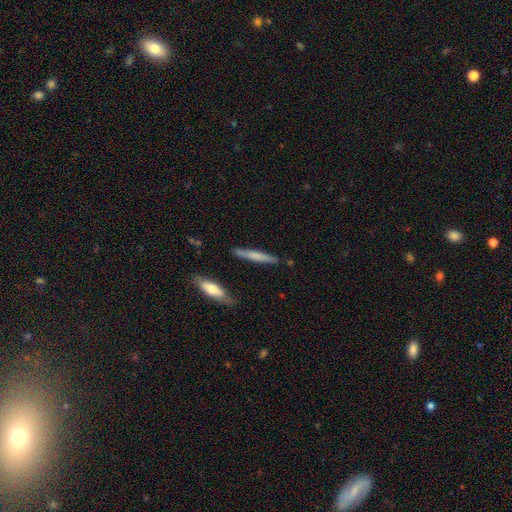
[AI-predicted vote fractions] smooth_or_featured: smooth (p=0.61) [alt: featured or disk p=0.34]
how_rounded: cigar-shaped (p=0.94) [alt: in between p=0.05]
merging: none (p=0.87) [alt: minor disturbance p=0.09]